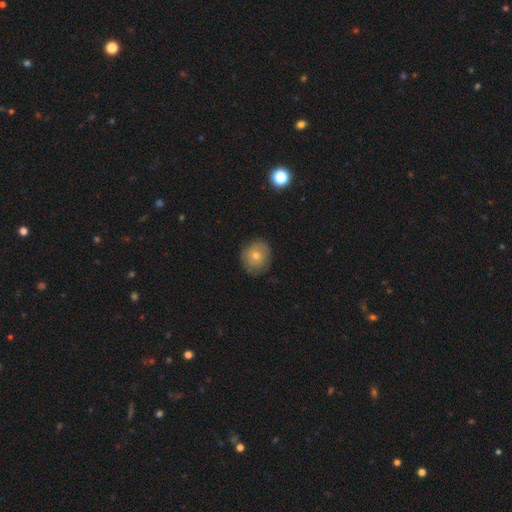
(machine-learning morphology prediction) Smooth or featured? smooth (64%)
How rounded? round (82%)
Merging? none (84%)